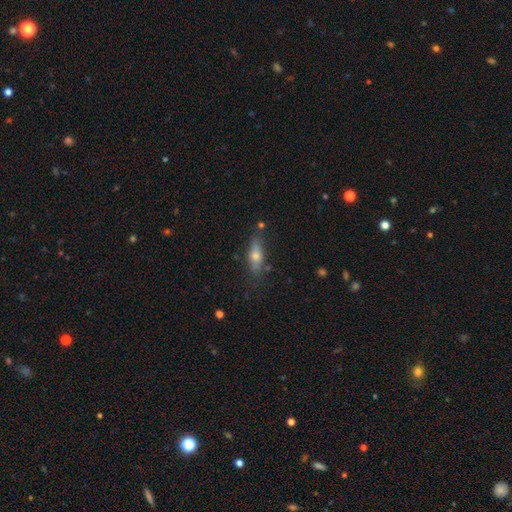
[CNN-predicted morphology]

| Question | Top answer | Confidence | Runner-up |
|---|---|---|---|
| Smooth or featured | smooth | 53% | featured or disk (38%) |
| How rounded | cigar-shaped | 49% | in between (47%) |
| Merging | none | 74% | minor disturbance (18%) |